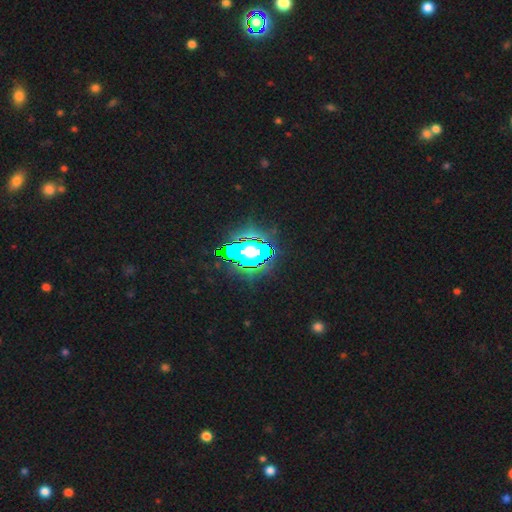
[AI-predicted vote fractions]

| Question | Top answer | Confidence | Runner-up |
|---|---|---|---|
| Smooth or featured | star or artifact | 84% | smooth (9%) |